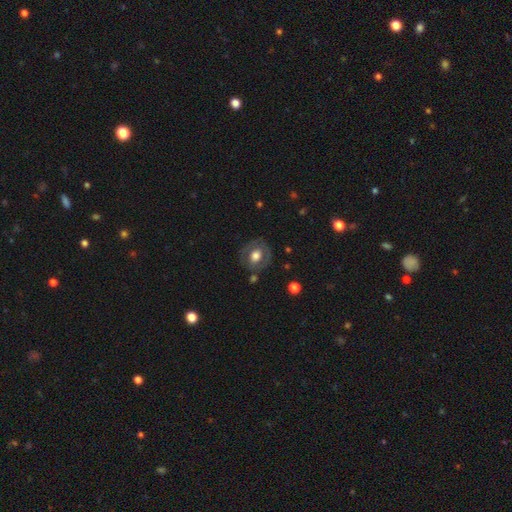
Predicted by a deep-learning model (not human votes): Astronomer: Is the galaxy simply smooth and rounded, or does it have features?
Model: smooth — 49% (runner-up: featured or disk, 43%).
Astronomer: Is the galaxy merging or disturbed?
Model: none — 74%.